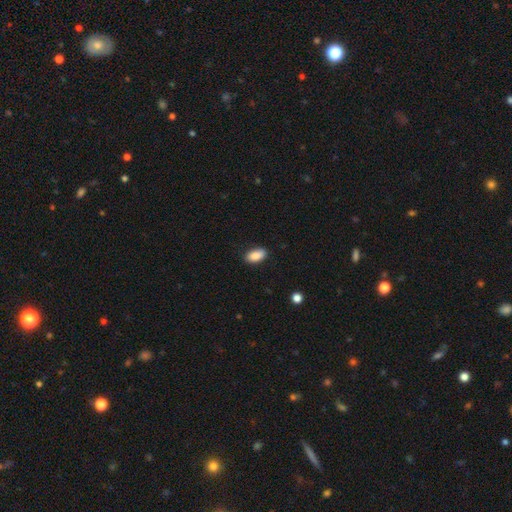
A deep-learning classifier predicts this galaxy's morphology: Overall: smooth (88%). How rounded: in between (93%). Merging: none (86%).